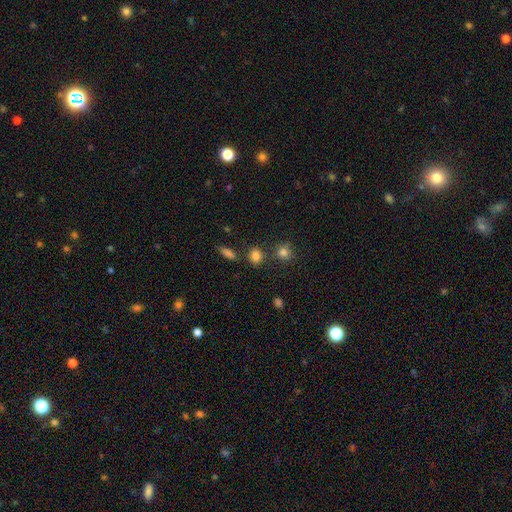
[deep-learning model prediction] The model was most divided on "how rounded": round: 60%, in between: 38%, cigar-shaped: 2%. More confident: smooth or featured — smooth (81%); merging — none (73%).